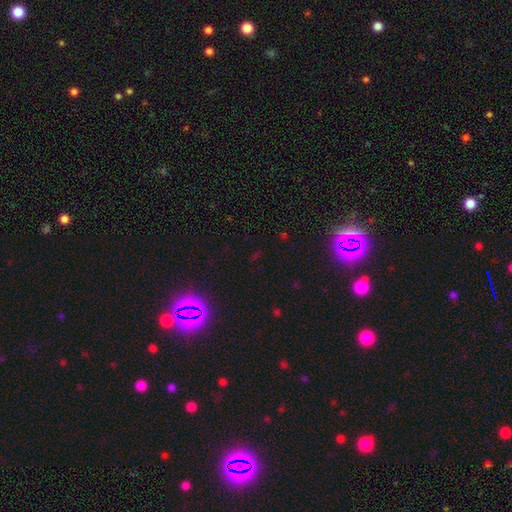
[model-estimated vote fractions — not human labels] star or artifact 72%, smooth 19%, featured or disk 9%.